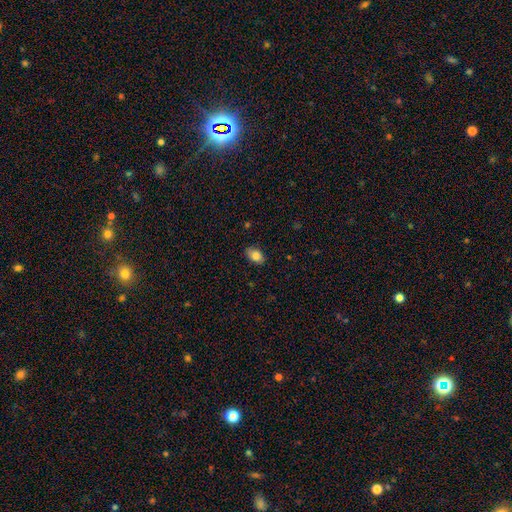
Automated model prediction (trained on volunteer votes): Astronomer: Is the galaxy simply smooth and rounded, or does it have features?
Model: smooth — 84%.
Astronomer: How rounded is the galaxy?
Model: in between — 89%.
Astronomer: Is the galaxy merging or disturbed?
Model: none — 83%.